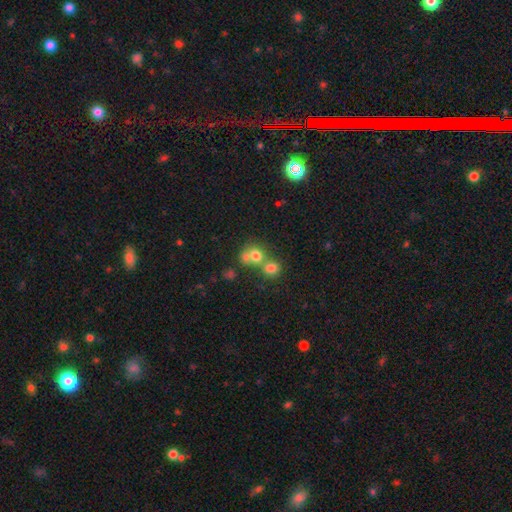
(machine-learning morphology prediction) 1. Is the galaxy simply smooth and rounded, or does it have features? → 71% smooth, 14% star or artifact, 14% featured or disk.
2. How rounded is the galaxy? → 78% round, 21% in between, 1% cigar-shaped.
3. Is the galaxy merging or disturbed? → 50% merger, 39% none, 7% minor disturbance, 4% major disturbance.